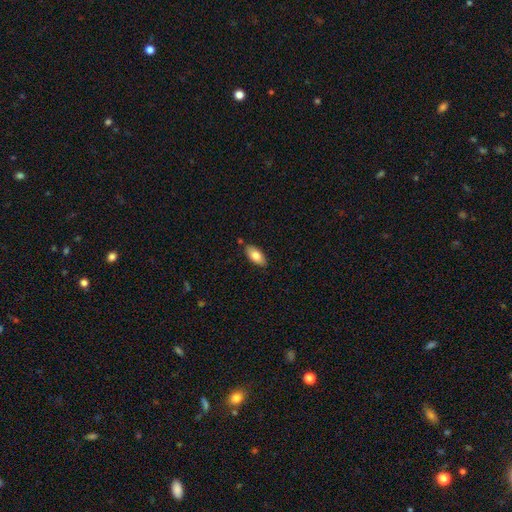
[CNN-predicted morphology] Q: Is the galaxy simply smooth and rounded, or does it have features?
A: smooth — 78%.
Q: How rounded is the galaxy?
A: in between — 88%.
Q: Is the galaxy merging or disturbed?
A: none — 82%.